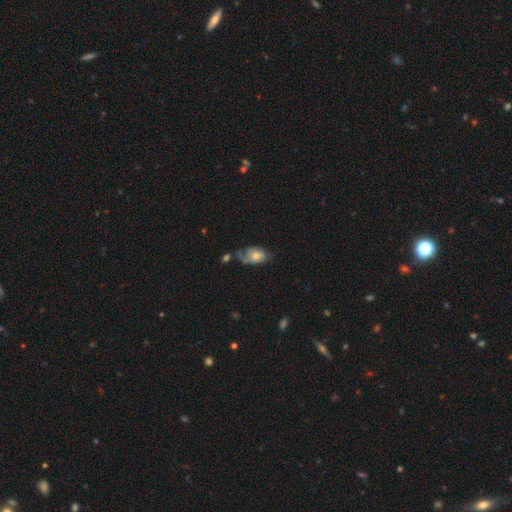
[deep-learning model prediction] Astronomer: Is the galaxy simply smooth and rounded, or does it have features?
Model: featured or disk — 52% (runner-up: smooth, 41%).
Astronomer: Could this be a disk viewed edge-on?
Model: no — 94%.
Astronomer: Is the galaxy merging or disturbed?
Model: none — 40% (runner-up: minor disturbance, 28%).